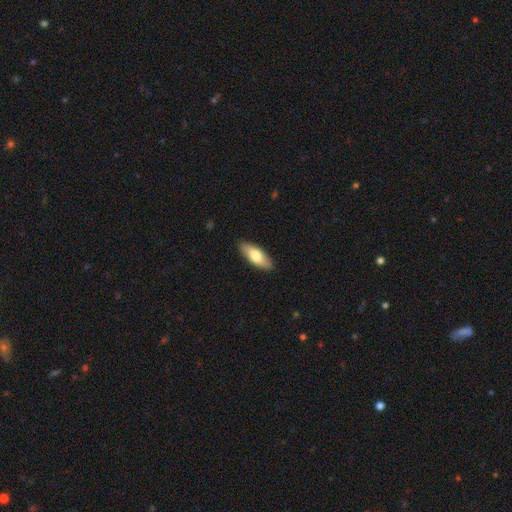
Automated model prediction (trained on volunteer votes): Overall: smooth (73%). How rounded: in between (71%). Merging: none (89%).